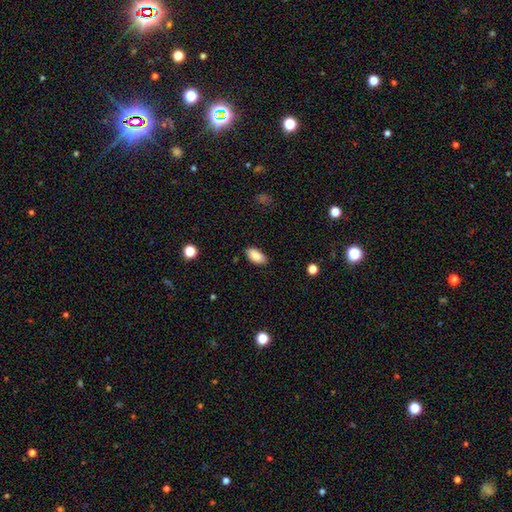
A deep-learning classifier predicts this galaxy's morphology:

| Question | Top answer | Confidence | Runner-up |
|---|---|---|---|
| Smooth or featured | smooth | 87% | star or artifact (7%) |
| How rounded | in between | 92% | cigar-shaped (5%) |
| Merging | none | 87% | minor disturbance (10%) |